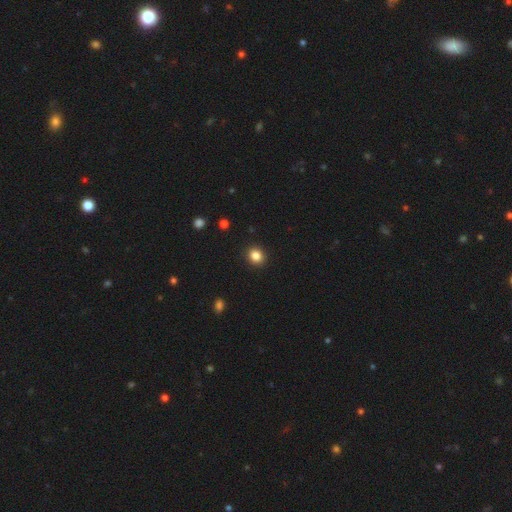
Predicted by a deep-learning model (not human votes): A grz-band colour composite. It shows a smooth galaxy with no disk features (85%) that is round (77%). Merging: none (92%).